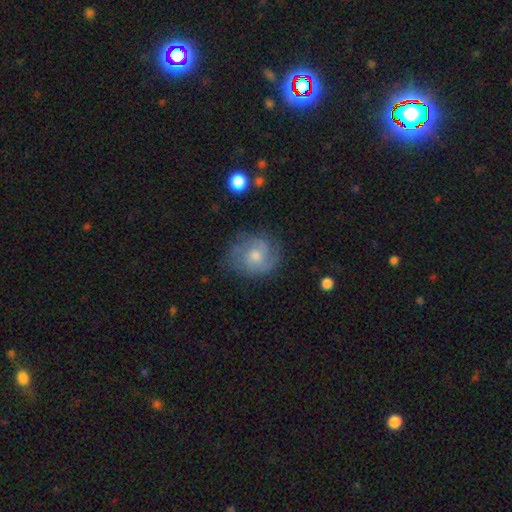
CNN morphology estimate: type=featured or disk (67%); edge-on=no (97%); bar=no (72%); spiral arms=yes (91%); winding=tight (44%); arm count=2 (45%); bulge=moderate (57%); merging=none (75%).